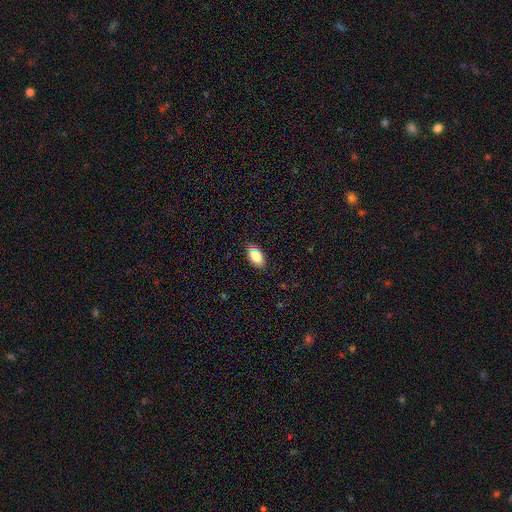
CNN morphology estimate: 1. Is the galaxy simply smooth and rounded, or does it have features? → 86% smooth, 7% featured or disk, 7% star or artifact.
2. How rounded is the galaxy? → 93% in between, 4% round, 3% cigar-shaped.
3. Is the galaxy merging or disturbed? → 85% none, 12% minor disturbance, 2% major disturbance, 1% merger.